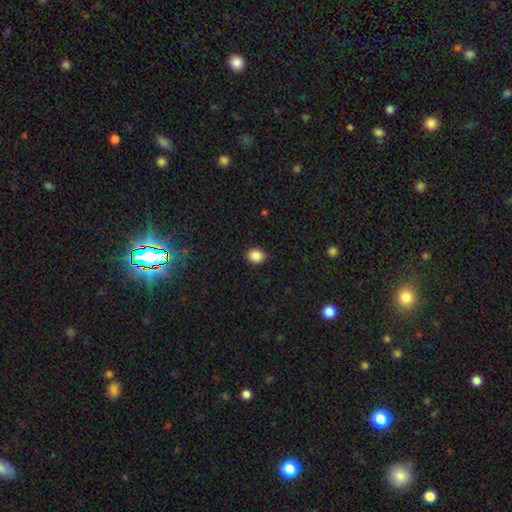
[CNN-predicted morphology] Smooth or featured? smooth (87%)
How rounded? round (62%)
Merging? none (89%)